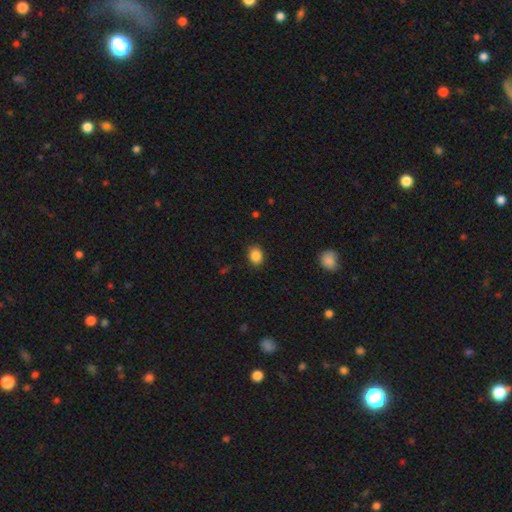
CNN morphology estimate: This is clearly a smooth galaxy (87%). How rounded: possibly in between (51%). Merging: clearly none (87%).